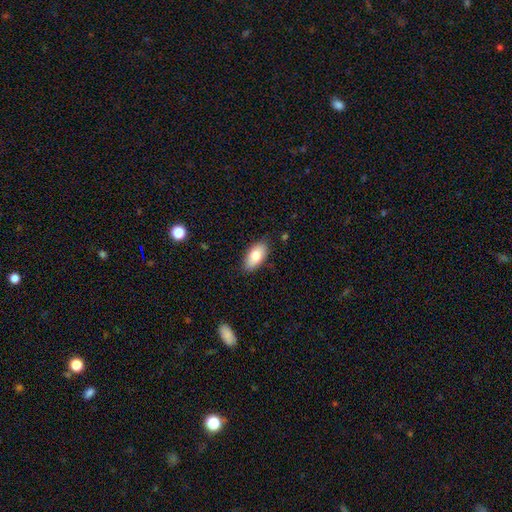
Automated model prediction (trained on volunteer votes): A smooth galaxy with no disk features (81%) that is in between round and cigar-shaped (92%). Merging: none (84%).